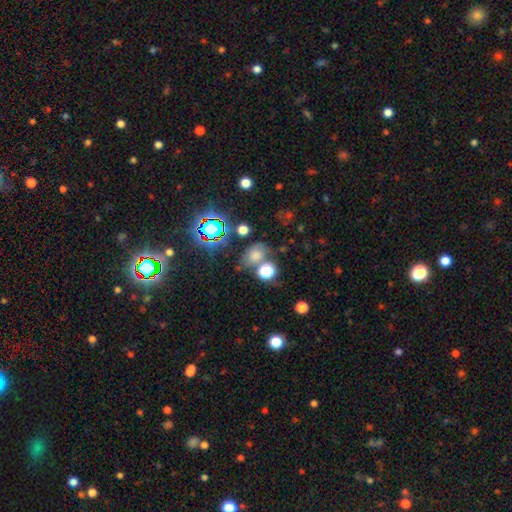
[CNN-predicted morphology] Q: Smooth or featured?
A: smooth (61%); runner-up: star or artifact (27%)
Q: How rounded?
A: in between (54%); runner-up: round (45%)
Q: Merging?
A: none (55%); runner-up: merger (21%)